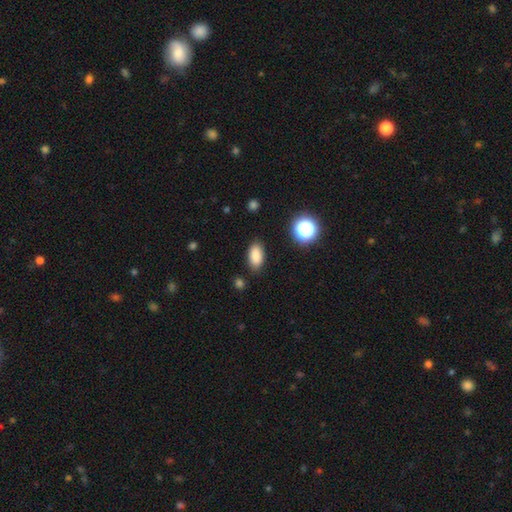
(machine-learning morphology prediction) A smooth galaxy with no disk features (85%) that is in between round and cigar-shaped (91%). Merging: none (85%).